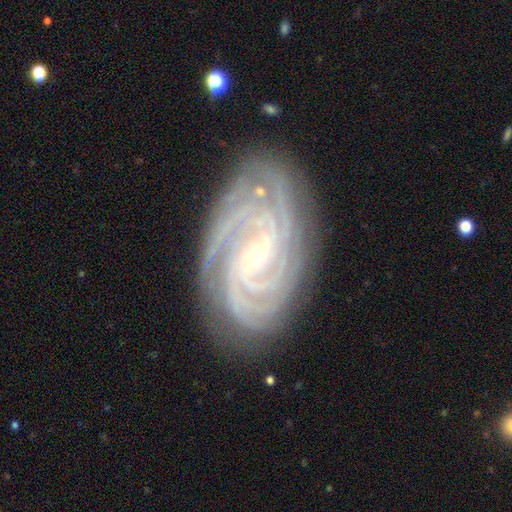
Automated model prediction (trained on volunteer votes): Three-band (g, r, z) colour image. It shows a featured or disk galaxy (92%) with no bar (48%), 4 (32%) tight (79%) spiral arms (99%) and a small central bulge (79%). Merging: none (81%).